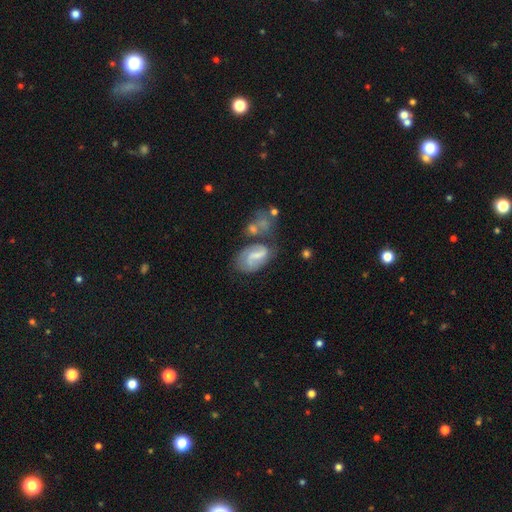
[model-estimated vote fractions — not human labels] A featured or disk galaxy (66%) with a weak bar (51%), 2 (75%) medium (46%) spiral arms (86%) and a small central bulge (44%). Merging: none (46%).